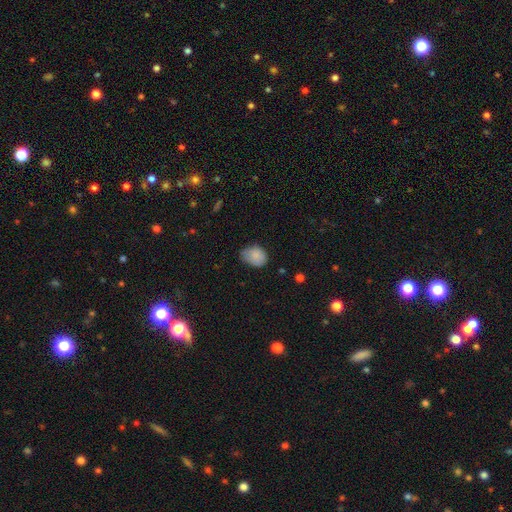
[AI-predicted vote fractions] Overall: smooth (84%). How rounded: in between (66%; round 33%). Merging: none (52%; minor disturbance 38%).